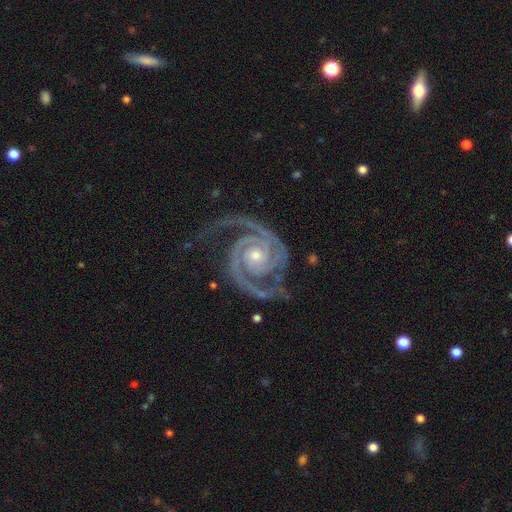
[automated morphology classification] Smooth or featured? Predicted: featured or disk (p=0.94). Edge-on disk? Predicted: no (p=0.98). Bar? Predicted: no (p=0.72). Spiral arms? Predicted: yes (p=0.99). Spiral winding? Predicted: tight (p=0.65). Spiral arm count? Predicted: 2 (p=0.84). Bulge size? Predicted: small (p=0.52). Merging? Predicted: none (p=0.73).